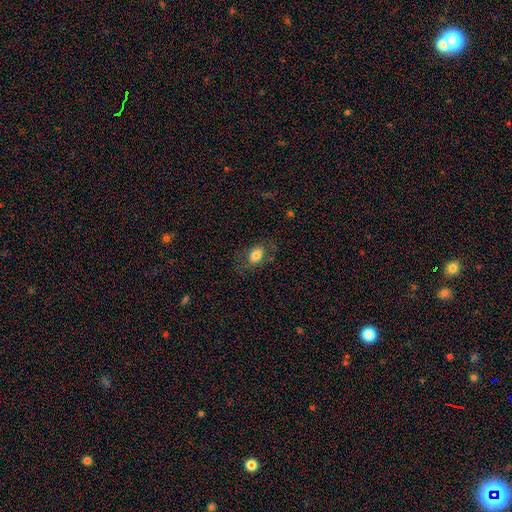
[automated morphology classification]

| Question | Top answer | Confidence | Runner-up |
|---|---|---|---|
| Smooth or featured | smooth | 76% | featured or disk (15%) |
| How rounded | in between | 76% | round (22%) |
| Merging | none | 72% | minor disturbance (17%) |